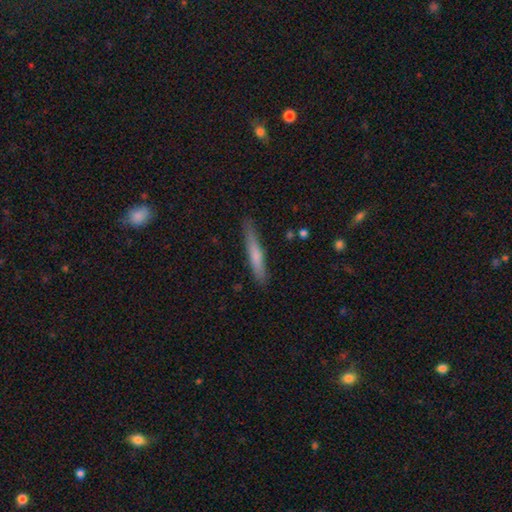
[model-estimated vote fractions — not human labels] Smooth or featured? smooth (65%)
How rounded? cigar-shaped (94%)
Merging? none (84%)